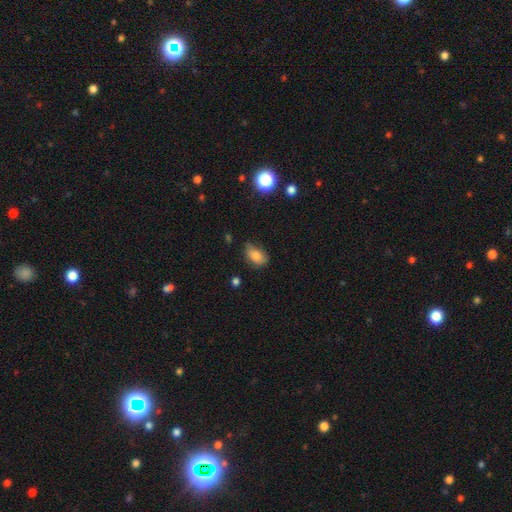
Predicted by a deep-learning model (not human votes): smooth-or-featured: smooth: 79% | featured or disk: 11% | star or artifact: 10%
  how-rounded: in between: 86% | round: 12% | cigar-shaped: 2%
  merging: none: 54% | minor disturbance: 35% | major disturbance: 8% | merger: 2%